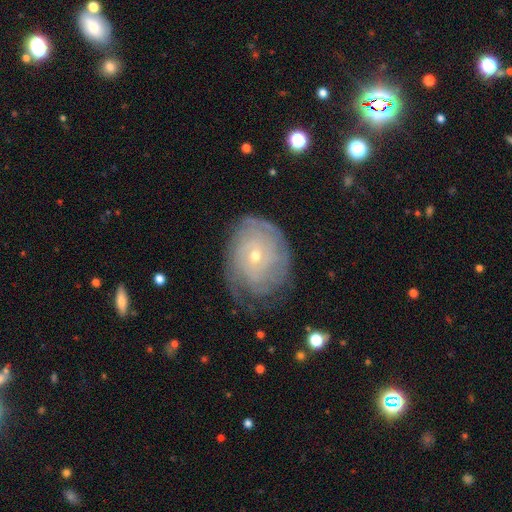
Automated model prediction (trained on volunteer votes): Smooth or featured: featured or disk — 78% (smooth — 15%)
Edge-on disk: no — 96% (yes — 4%)
Bar: no — 76% (weak — 20%)
Spiral arms: yes — 90% (no — 10%)
Spiral winding: tight — 79% (medium — 16%)
Spiral arm count: can't tell — 53% (2 — 14%)
Bulge size: small — 68% (moderate — 30%)
Merging: none — 66% (minor disturbance — 23%)